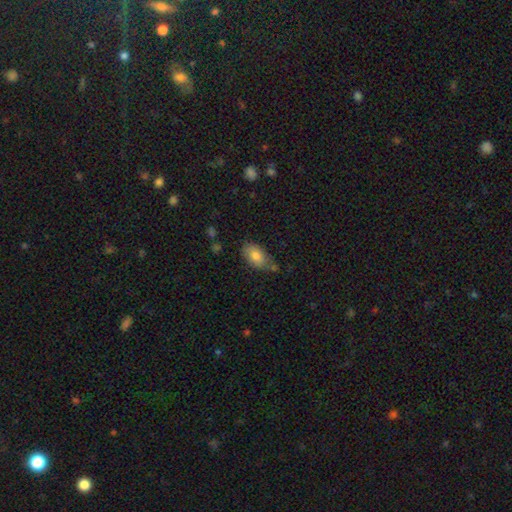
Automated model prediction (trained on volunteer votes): Smooth or featured? Predicted: smooth (p=0.79). How rounded? Predicted: in between (p=0.91). Merging? Predicted: none (p=0.60).